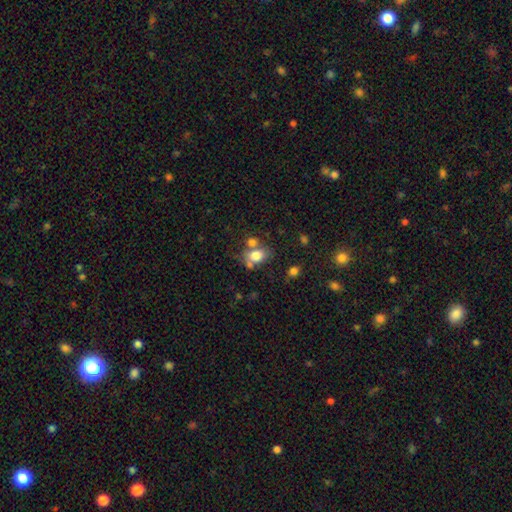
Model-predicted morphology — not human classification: smooth 76%, featured or disk 13%, star or artifact 10%. Down the decision tree: how rounded — in between (70%); merging — none (46%).